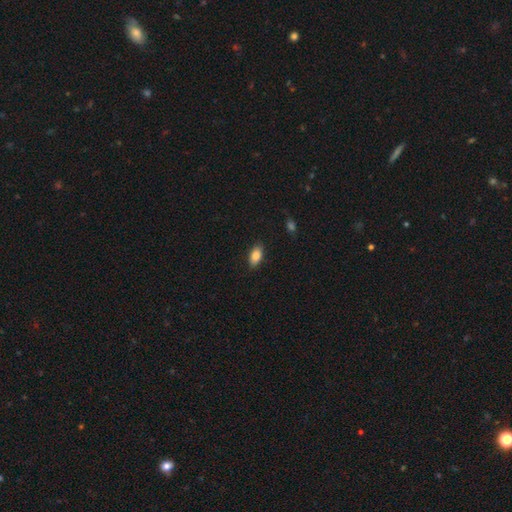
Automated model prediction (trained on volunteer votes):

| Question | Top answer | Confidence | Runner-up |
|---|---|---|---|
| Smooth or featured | smooth | 85% | star or artifact (7%) |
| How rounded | in between | 91% | round (5%) |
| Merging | none | 86% | minor disturbance (10%) |